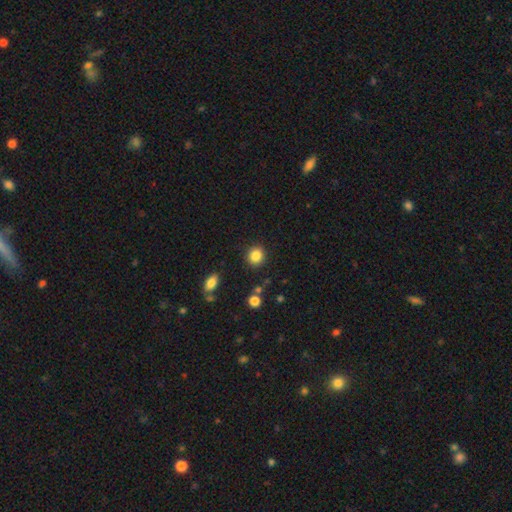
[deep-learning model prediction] This appears to be a smooth galaxy with no disk features (86%) that is round (84%). Merging: none (88%).